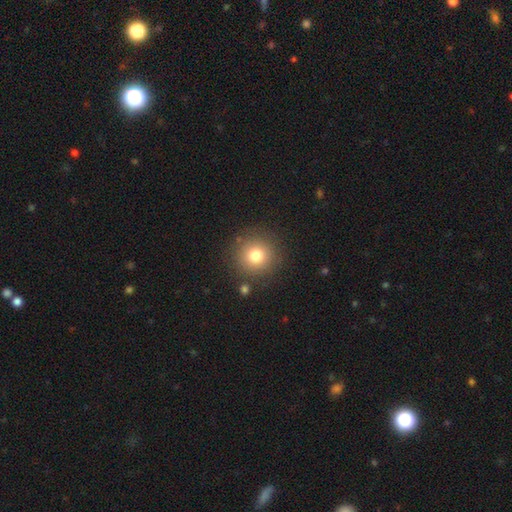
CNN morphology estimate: Smooth or featured? Predicted: smooth (p=0.78). How rounded? Predicted: round (p=0.94). Merging? Predicted: none (p=0.86).